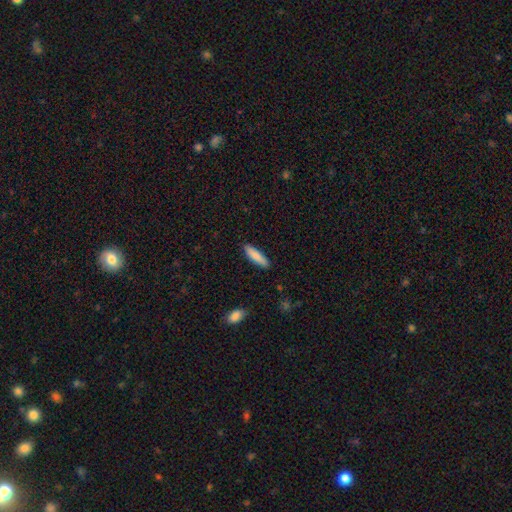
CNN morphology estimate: smooth 85%, featured or disk 9%, star or artifact 6%. Down the decision tree: how rounded — cigar-shaped (69%); merging — none (88%).